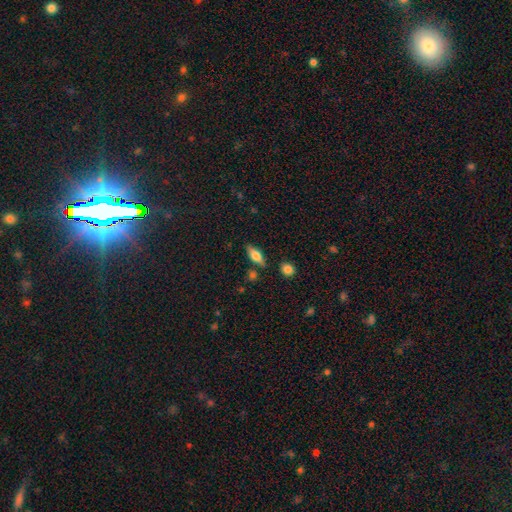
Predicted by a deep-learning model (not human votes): Smooth or featured? Predicted: smooth (p=0.53). How rounded? Predicted: in between (p=0.64). Merging? Predicted: none (p=0.81).